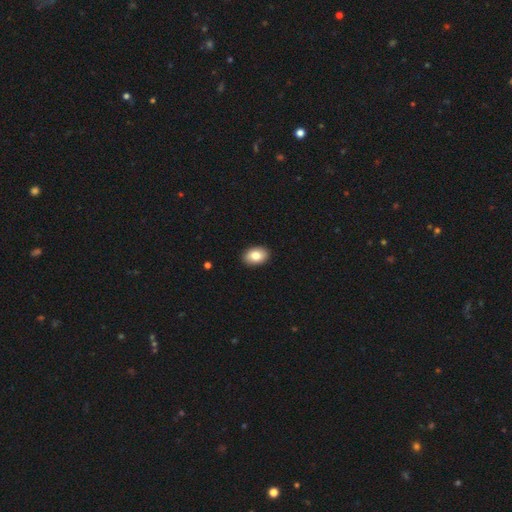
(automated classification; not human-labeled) This is clearly a smooth galaxy (82%). How rounded: clearly in between (85%). Merging: clearly none (91%).